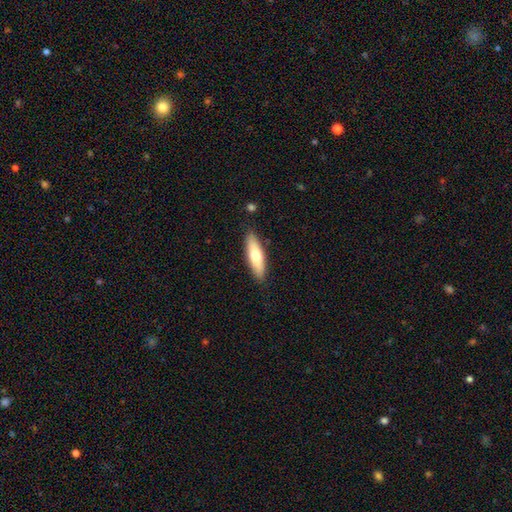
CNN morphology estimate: smooth_or_featured: smooth (p=0.63) [alt: featured or disk p=0.31]
how_rounded: cigar-shaped (p=0.58) [alt: in between p=0.41]
merging: none (p=0.87) [alt: minor disturbance p=0.09]